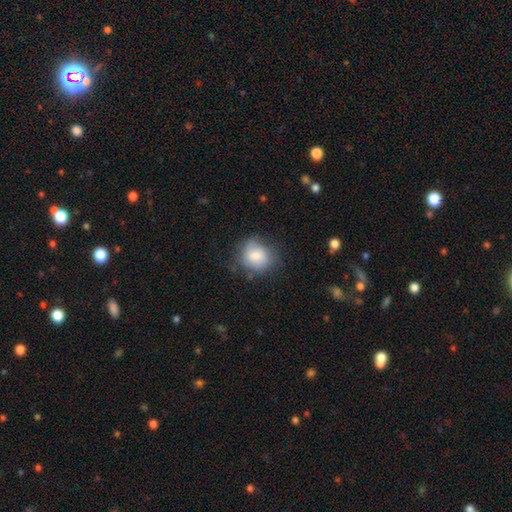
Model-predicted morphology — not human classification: smooth-or-featured: smooth: 78% | featured or disk: 14% | star or artifact: 8%
  how-rounded: round: 74% | in between: 25% | cigar-shaped: 1%
  merging: none: 63% | minor disturbance: 25% | major disturbance: 9% | merger: 2%